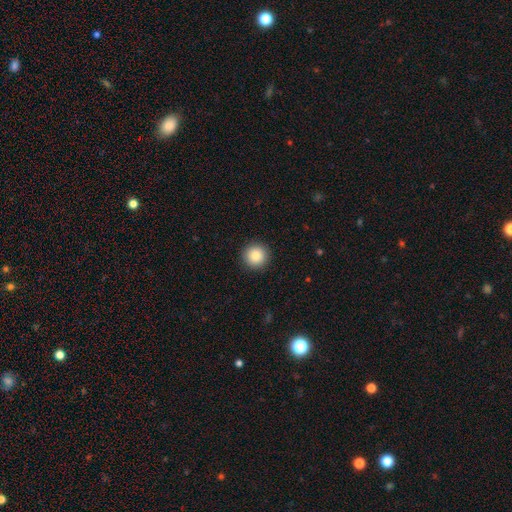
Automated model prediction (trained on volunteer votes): Morphology: type=smooth (85%); roundness=round (96%); merging=none (92%).